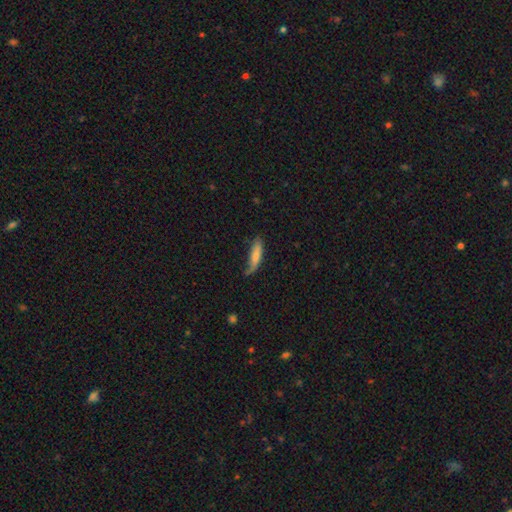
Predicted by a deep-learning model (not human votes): This appears to be a smooth galaxy with no disk features (69%) that is cigar-shaped (71%). Merging: none (54%).